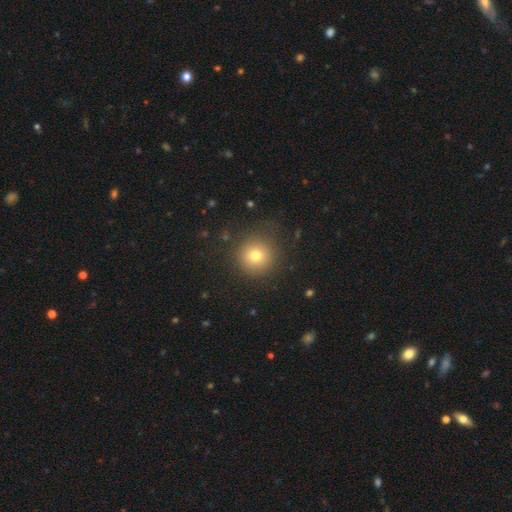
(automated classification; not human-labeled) The model was most divided on "smooth or featured": smooth: 74%, star or artifact: 14%, featured or disk: 12%. More confident: how rounded — round (94%); merging — none (84%).